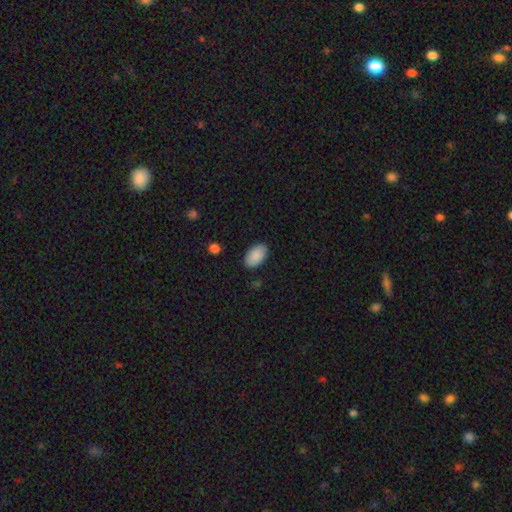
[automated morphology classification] smooth_or_featured: smooth (p=0.91) [alt: star or artifact p=0.06]
how_rounded: in between (p=0.95) [alt: round p=0.04]
merging: none (p=0.88) [alt: minor disturbance p=0.09]